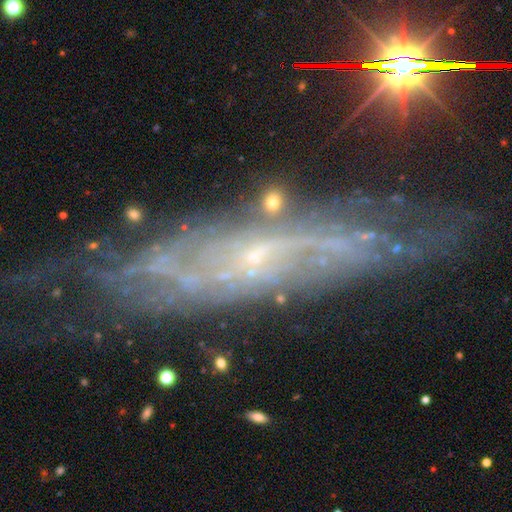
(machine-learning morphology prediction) smooth-or-featured: featured or disk: 75% | star or artifact: 13% | smooth: 12%
  disk-edge-on: no: 74% | yes: 26%
    bar: no: 57% | weak: 32% | strong: 11%
    has-spiral-arms: yes: 78% | no: 22%
    bulge-size: small: 68% | none: 17% | moderate: 12% | large: 1% | dominant: 1%
  merging: none: 57% | minor disturbance: 23% | major disturbance: 16% | merger: 4%